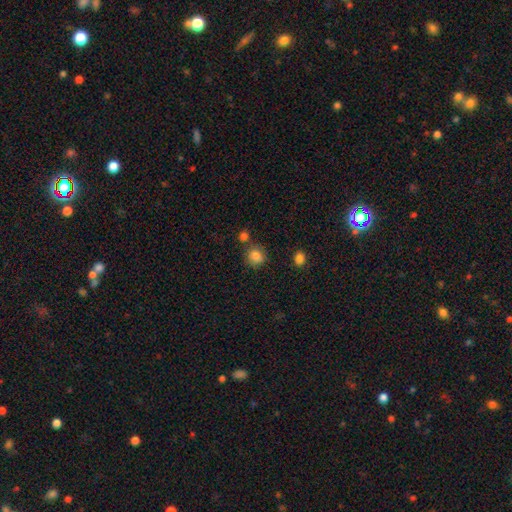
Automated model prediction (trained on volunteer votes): Smooth or featured?
  - smooth: 85% *
  - star or artifact: 10%
  - featured or disk: 5%
How rounded?
  - round: 84% *
  - in between: 15%
  - cigar-shaped: 1%
Merging?
  - none: 75% *
  - minor disturbance: 11%
  - merger: 10%
  - major disturbance: 3%